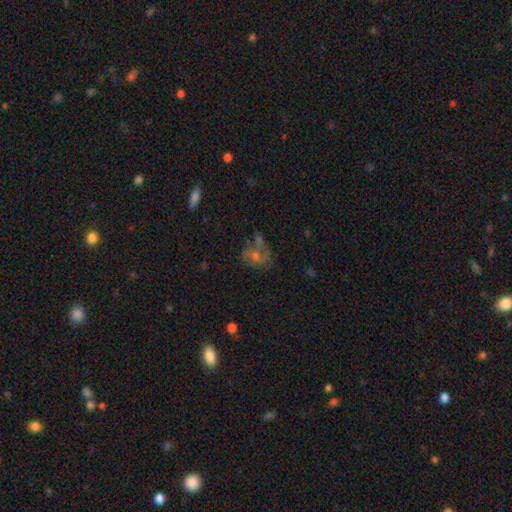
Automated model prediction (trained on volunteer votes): smooth-or-featured: featured or disk: 49% | smooth: 30% | star or artifact: 21%
  merging: none: 51% | minor disturbance: 19% | merger: 15% | major disturbance: 15%